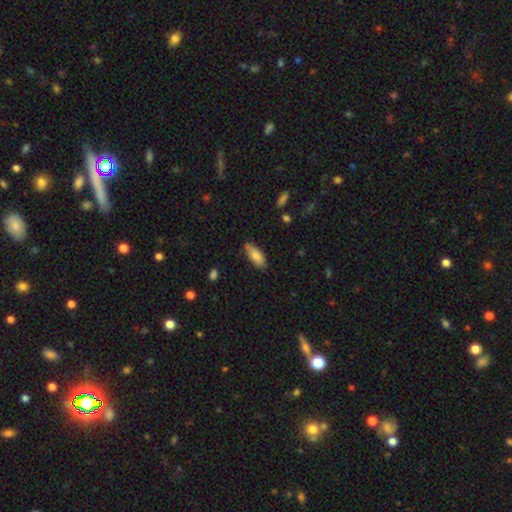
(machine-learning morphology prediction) A smooth galaxy with no disk features (82%) that is in between round and cigar-shaped (78%).

Vote fractions:
- Smooth or featured? smooth: 82% / featured or disk: 11% / star or artifact: 6%
- How rounded? in between: 78% / cigar-shaped: 21% / round: 2%
- Merging? none: 71% / minor disturbance: 22% / major disturbance: 4% / merger: 3%